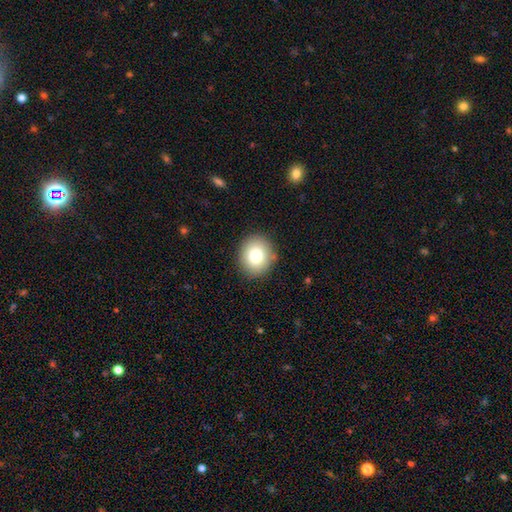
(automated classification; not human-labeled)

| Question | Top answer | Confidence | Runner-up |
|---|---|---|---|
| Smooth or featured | smooth | 82% | star or artifact (9%) |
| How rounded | round | 71% | in between (28%) |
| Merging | none | 88% | minor disturbance (9%) |